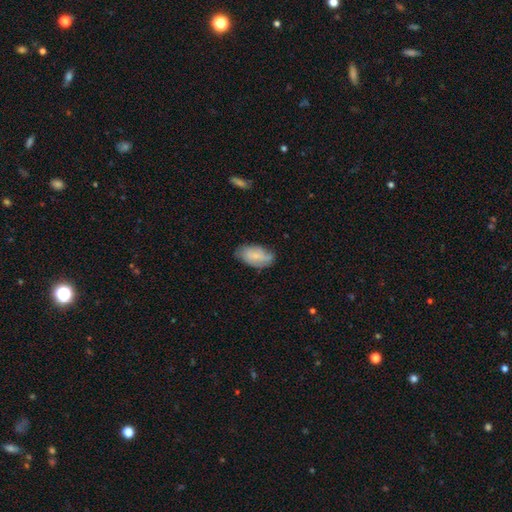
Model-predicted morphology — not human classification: The model was most divided on "smooth or featured": smooth: 66%, featured or disk: 27%, star or artifact: 7%. More confident: how rounded — in between (93%); merging — none (66%).